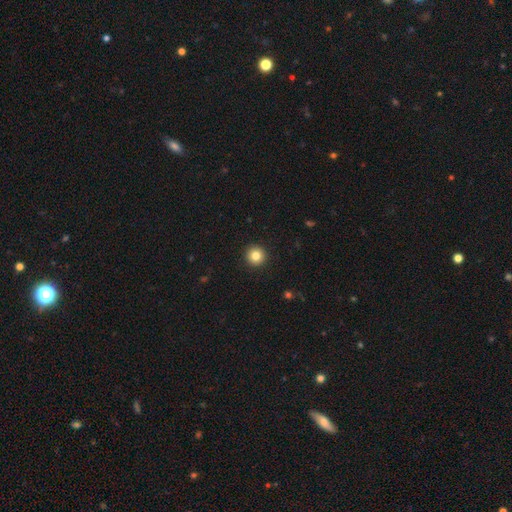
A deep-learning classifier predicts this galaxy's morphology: smooth-or-featured: smooth: 83% | star or artifact: 10% | featured or disk: 7%
  how-rounded: round: 96% | in between: 3% | cigar-shaped: 1%
  merging: none: 94% | minor disturbance: 4% | major disturbance: 1% | merger: 1%